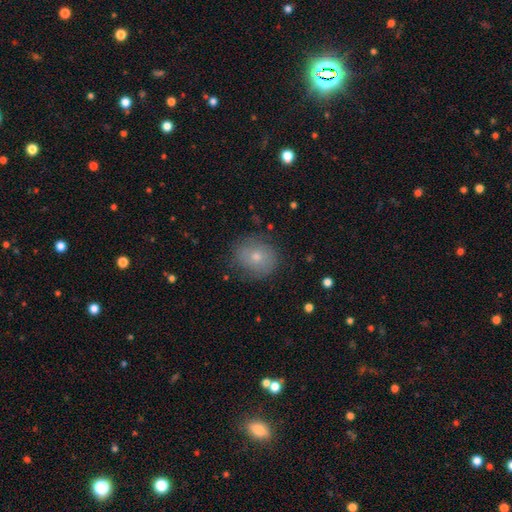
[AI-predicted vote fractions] Smooth or featured?
  - smooth: 66% *
  - featured or disk: 22%
  - star or artifact: 12%
How rounded?
  - round: 75% *
  - in between: 24%
  - cigar-shaped: 1%
Merging?
  - none: 80% *
  - minor disturbance: 15%
  - major disturbance: 5%
  - merger: 1%